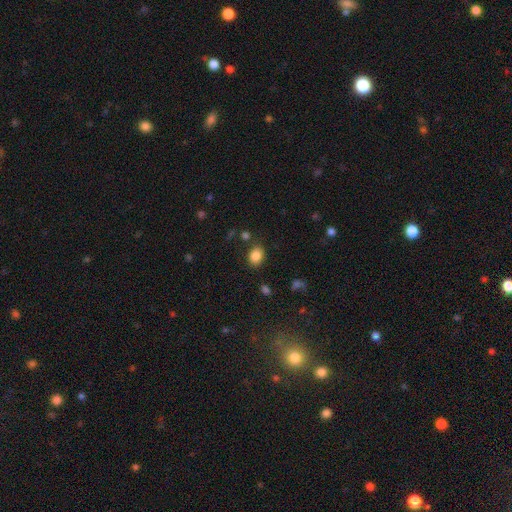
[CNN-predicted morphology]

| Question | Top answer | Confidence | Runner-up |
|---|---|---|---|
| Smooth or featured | smooth | 86% | star or artifact (10%) |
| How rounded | in between | 65% | round (35%) |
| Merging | none | 81% | minor disturbance (11%) |